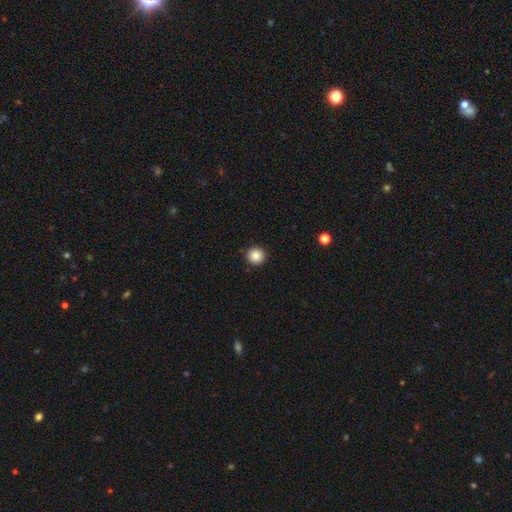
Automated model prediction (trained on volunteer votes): The model was most divided on "smooth or featured": smooth: 86%, star or artifact: 10%, featured or disk: 4%. More confident: how rounded — round (96%); merging — none (92%).